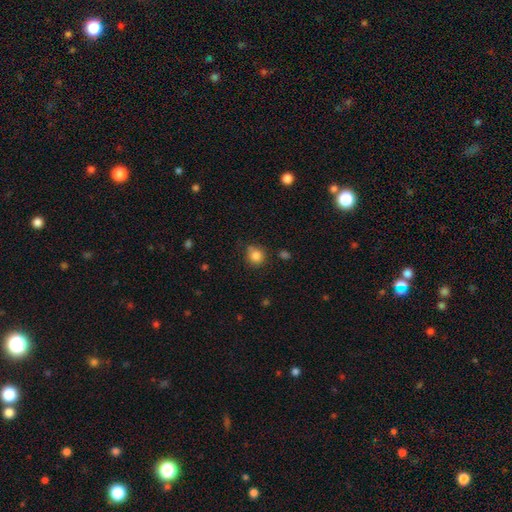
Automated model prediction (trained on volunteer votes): Morphology: type=smooth (85%); roundness=round (85%); merging=none (74%).